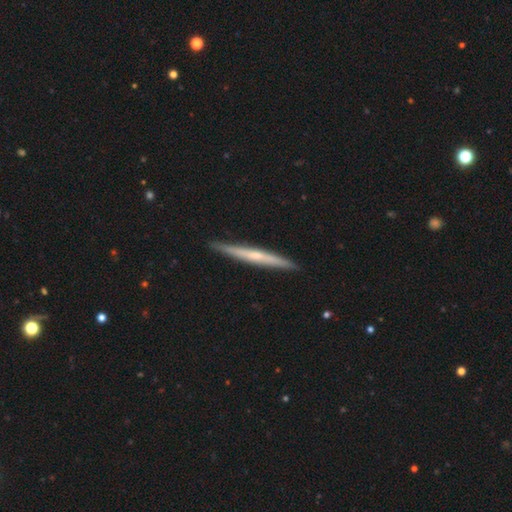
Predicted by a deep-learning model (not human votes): smooth_or_featured: featured or disk (p=0.59) [alt: smooth p=0.35]
disk_edge_on: yes (p=0.96) [alt: no p=0.04]
edge_on_bulge: none (p=0.55) [alt: rounded p=0.40]
merging: none (p=0.91) [alt: minor disturbance p=0.07]